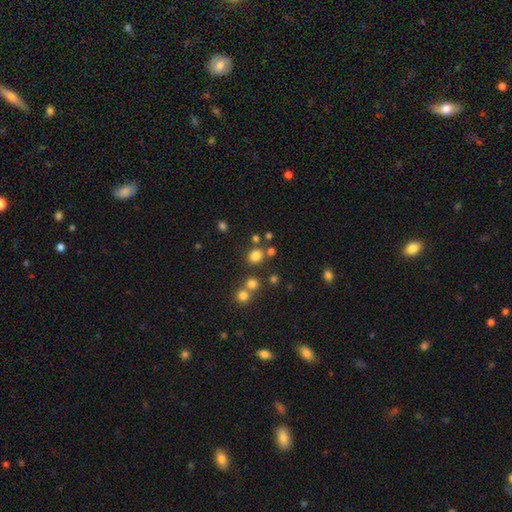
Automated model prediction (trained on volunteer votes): This appears to be a smooth galaxy with no disk features (76%) that is round (79%). Merging: none (74%).